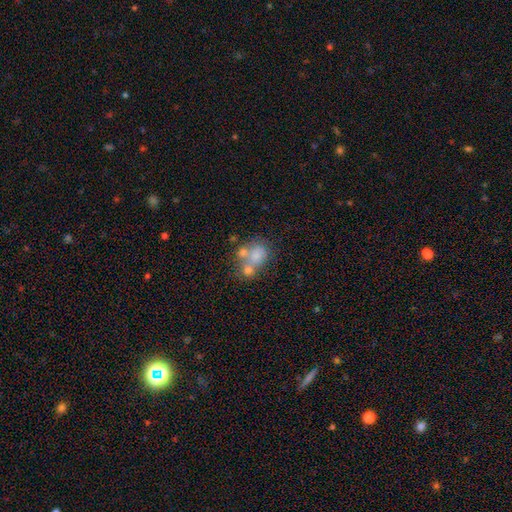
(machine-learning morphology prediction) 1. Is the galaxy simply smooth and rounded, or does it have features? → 62% smooth, 25% featured or disk, 13% star or artifact.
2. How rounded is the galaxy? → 51% round, 48% in between, 1% cigar-shaped.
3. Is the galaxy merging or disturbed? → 53% merger, 27% none, 10% minor disturbance, 10% major disturbance.